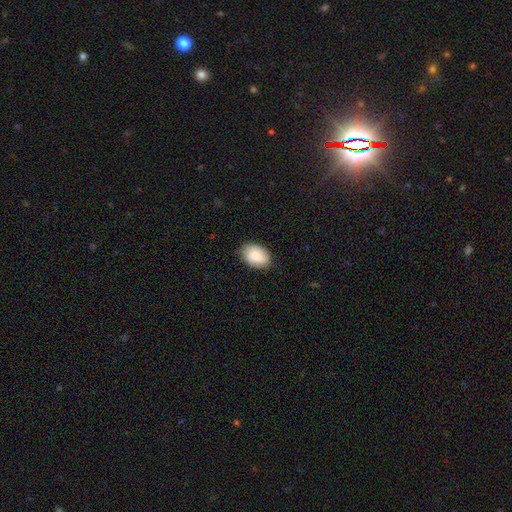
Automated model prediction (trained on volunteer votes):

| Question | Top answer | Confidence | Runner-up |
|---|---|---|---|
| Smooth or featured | smooth | 84% | featured or disk (10%) |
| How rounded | in between | 83% | round (16%) |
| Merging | none | 81% | minor disturbance (15%) |